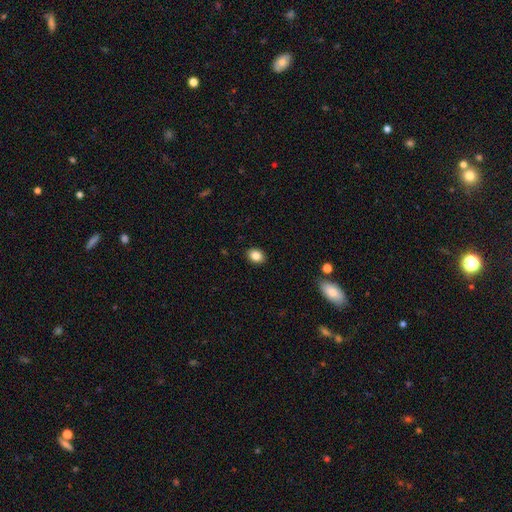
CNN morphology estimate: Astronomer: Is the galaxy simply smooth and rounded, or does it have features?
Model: smooth — 86%.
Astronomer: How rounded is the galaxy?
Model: in between — 61% (runner-up: round, 38%).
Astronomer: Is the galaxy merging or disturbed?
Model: none — 90%.